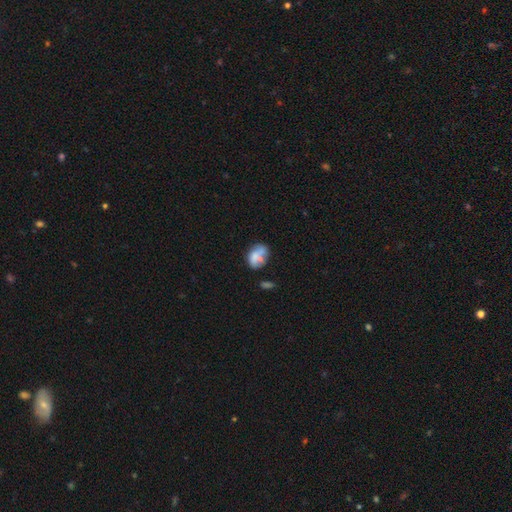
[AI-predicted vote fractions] Smooth or featured? Predicted: smooth (p=0.63). How rounded? Predicted: in between (p=0.78). Merging? Predicted: none (p=0.36).